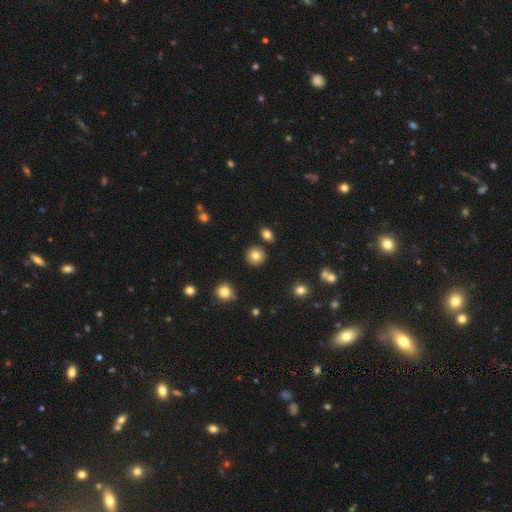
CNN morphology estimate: This appears to be a smooth galaxy with no disk features (81%) that is round (92%). Merging: none (89%).